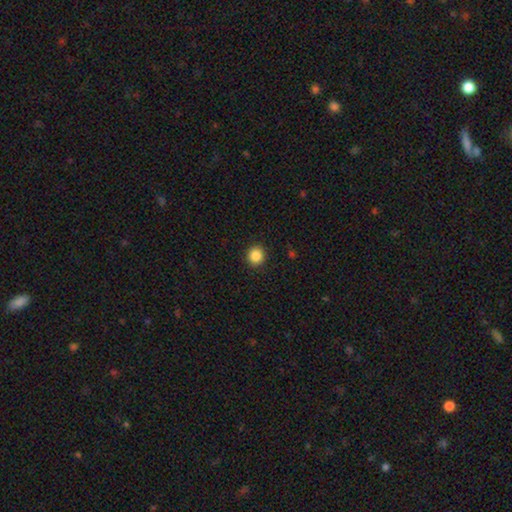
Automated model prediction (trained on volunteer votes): The model was most divided on "how rounded": round: 88%, in between: 11%, cigar-shaped: 1%. More confident: merging — none (92%); smooth or featured — smooth (87%).